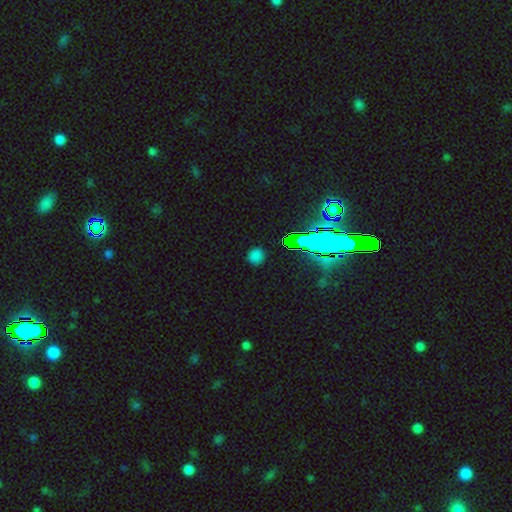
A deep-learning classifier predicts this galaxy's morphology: This appears to be a smooth galaxy with no disk features (65%) that is round (89%). Merging: none (88%).